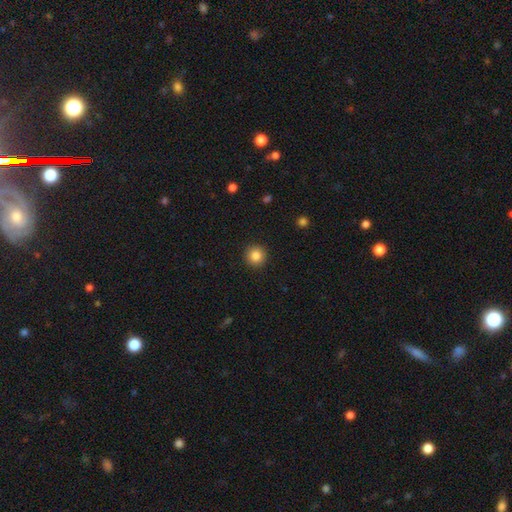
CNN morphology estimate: A smooth galaxy with no disk features (86%) that is round (95%).

Vote fractions:
- Smooth or featured? smooth: 86% / star or artifact: 10% / featured or disk: 5%
- How rounded? round: 95% / in between: 4% / cigar-shaped: 1%
- Merging? none: 92% / minor disturbance: 5% / major disturbance: 2% / merger: 1%